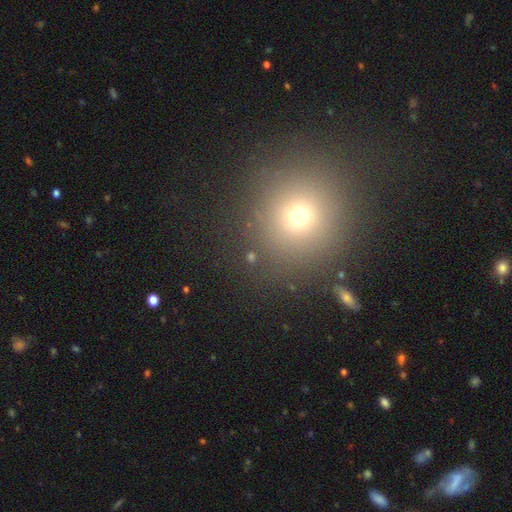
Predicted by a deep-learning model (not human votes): Smooth or featured: smooth — 63% (star or artifact — 29%)
How rounded: round — 91% (in between — 7%)
Merging: none — 86% (minor disturbance — 7%)